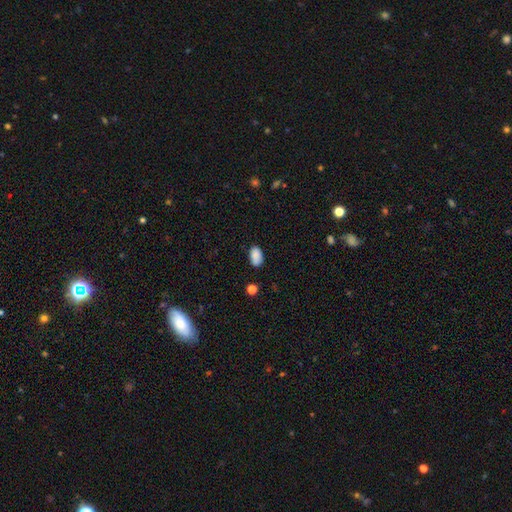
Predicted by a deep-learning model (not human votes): Smooth or featured? smooth (86%)
How rounded? in between (92%)
Merging? none (76%)